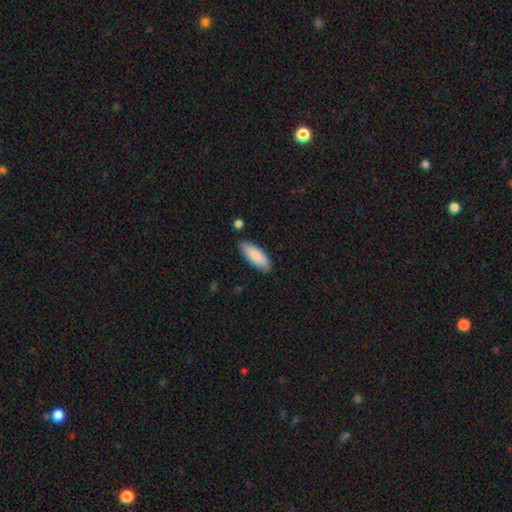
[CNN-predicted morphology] smooth_or_featured: smooth (p=0.87) [alt: featured or disk p=0.08]
how_rounded: in between (p=0.73) [alt: cigar-shaped p=0.25]
merging: none (p=0.83) [alt: minor disturbance p=0.13]